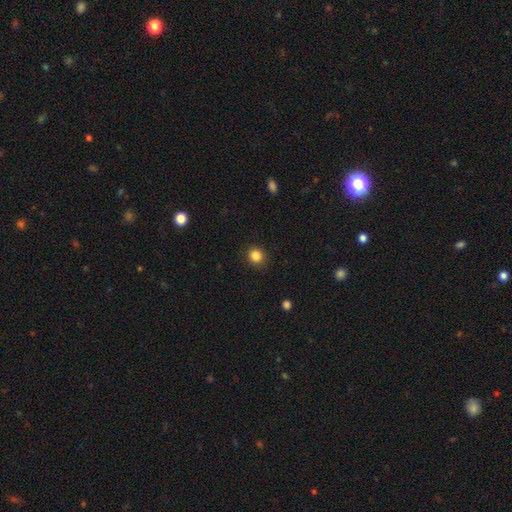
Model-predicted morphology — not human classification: This is clearly a smooth galaxy (84%). How rounded: clearly round (91%). Merging: clearly none (91%).